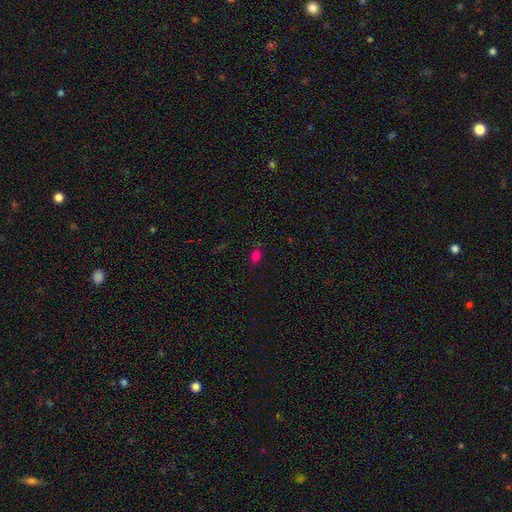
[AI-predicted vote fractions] This is likely a smooth galaxy (76%). How rounded: likely in between (78%). Merging: clearly none (83%).